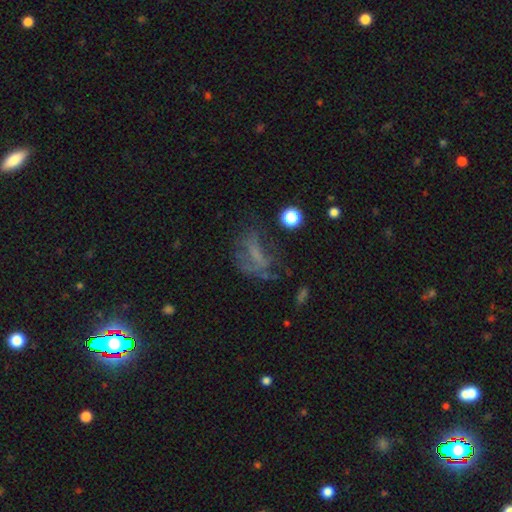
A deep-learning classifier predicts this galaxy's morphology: Smooth or featured? Predicted: featured or disk (p=0.39). Merging? Predicted: none (p=0.40).